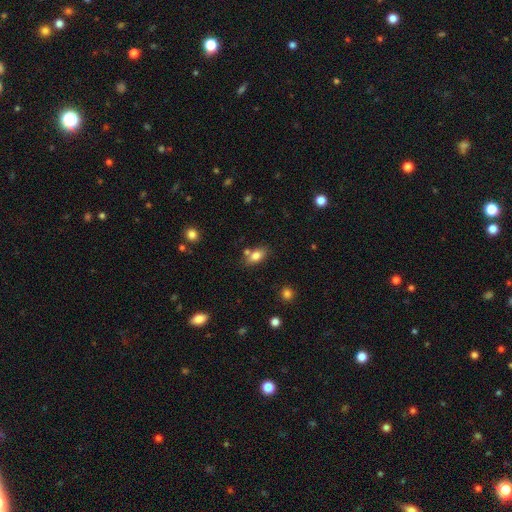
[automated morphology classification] A smooth galaxy with no disk features (80%) that is in between round and cigar-shaped (86%).

Vote fractions:
- Smooth or featured? smooth: 80% / featured or disk: 11% / star or artifact: 9%
- How rounded? in between: 86% / round: 10% / cigar-shaped: 4%
- Merging? none: 67% / merger: 16% / minor disturbance: 14% / major disturbance: 3%